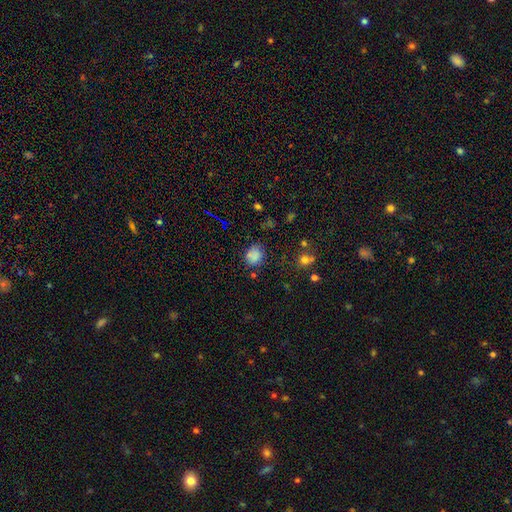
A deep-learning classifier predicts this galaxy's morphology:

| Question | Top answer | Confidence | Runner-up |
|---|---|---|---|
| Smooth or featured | smooth | 74% | star or artifact (18%) |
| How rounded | round | 58% | in between (41%) |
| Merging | none | 69% | minor disturbance (19%) |